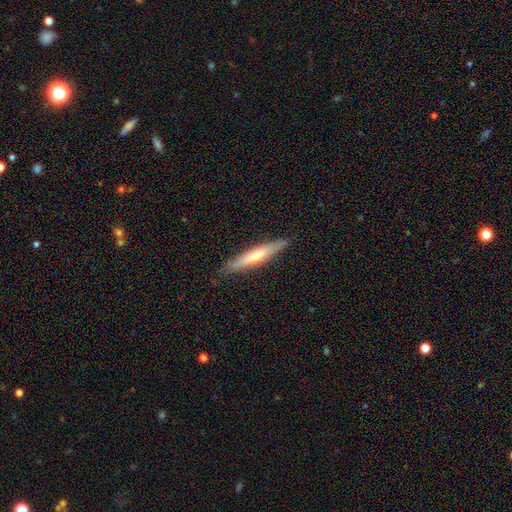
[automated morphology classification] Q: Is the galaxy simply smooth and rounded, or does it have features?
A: featured or disk — 51%.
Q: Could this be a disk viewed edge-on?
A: yes — 90%.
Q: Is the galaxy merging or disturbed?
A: none — 88%.